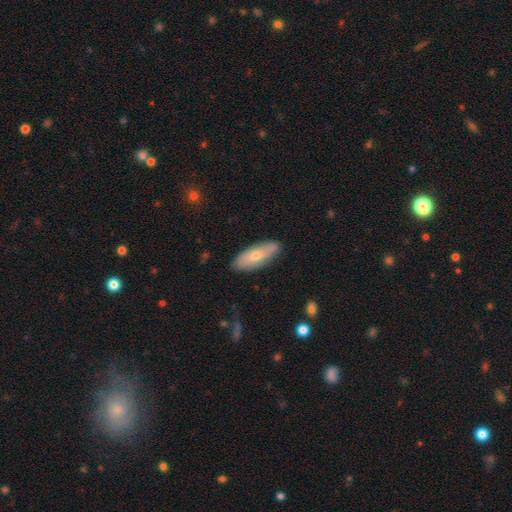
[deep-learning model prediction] smooth 60%, featured or disk 34%, star or artifact 6%. Down the decision tree: how rounded — in between (75%); merging — none (84%).